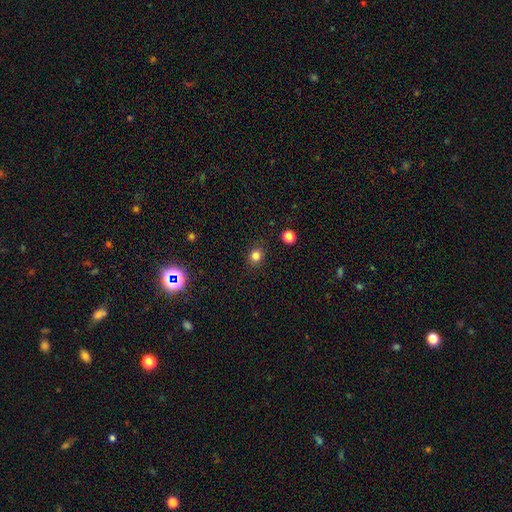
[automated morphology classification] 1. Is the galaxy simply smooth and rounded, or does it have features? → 82% smooth, 13% star or artifact, 5% featured or disk.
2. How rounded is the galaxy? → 76% round, 23% in between, 1% cigar-shaped.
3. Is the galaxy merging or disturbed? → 88% none, 8% minor disturbance, 2% major disturbance, 1% merger.